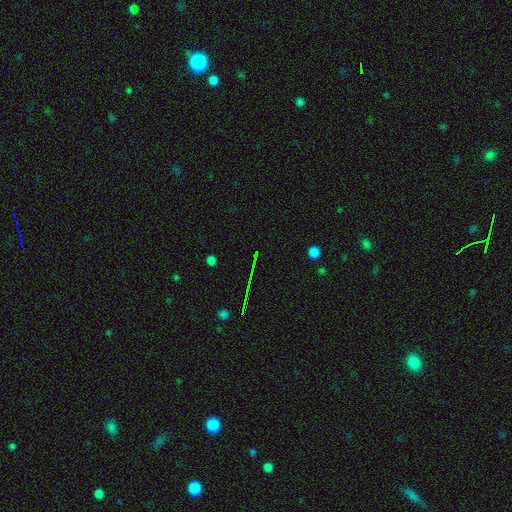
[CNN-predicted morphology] smooth_or_featured: star or artifact (p=0.74) [alt: smooth p=0.15]